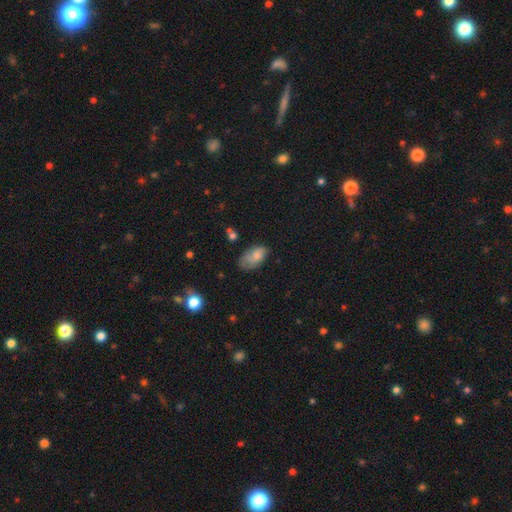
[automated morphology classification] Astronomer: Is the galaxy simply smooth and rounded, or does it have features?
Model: smooth — 74%.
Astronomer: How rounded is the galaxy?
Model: in between — 92%.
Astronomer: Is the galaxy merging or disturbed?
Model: none — 56%.